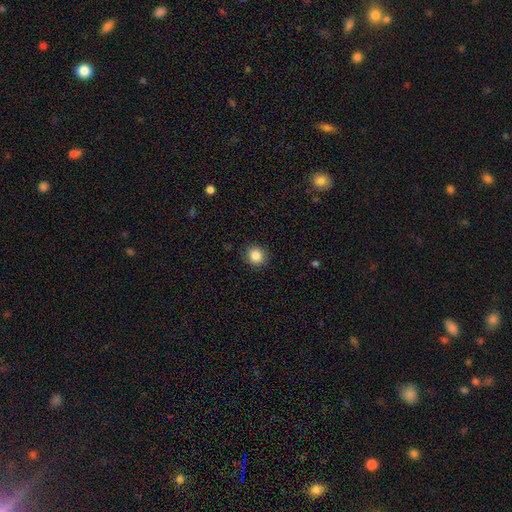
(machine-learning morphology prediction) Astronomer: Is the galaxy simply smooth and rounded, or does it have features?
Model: smooth — 86%.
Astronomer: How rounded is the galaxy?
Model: round — 88%.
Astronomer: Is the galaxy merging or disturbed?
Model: none — 89%.